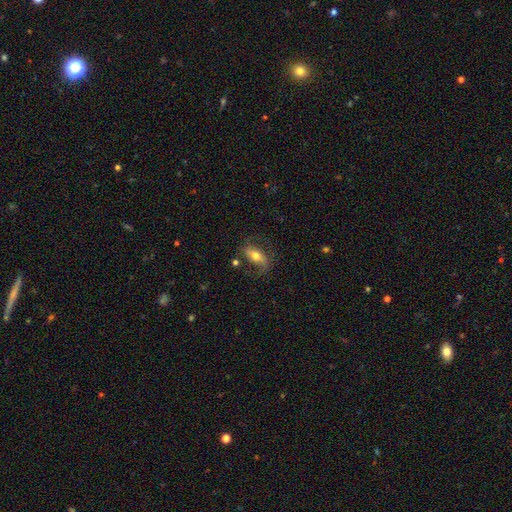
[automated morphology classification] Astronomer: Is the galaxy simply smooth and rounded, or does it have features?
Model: featured or disk — 51% (runner-up: smooth, 42%).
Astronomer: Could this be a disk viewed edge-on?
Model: no — 84%.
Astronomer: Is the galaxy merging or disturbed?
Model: none — 63%.